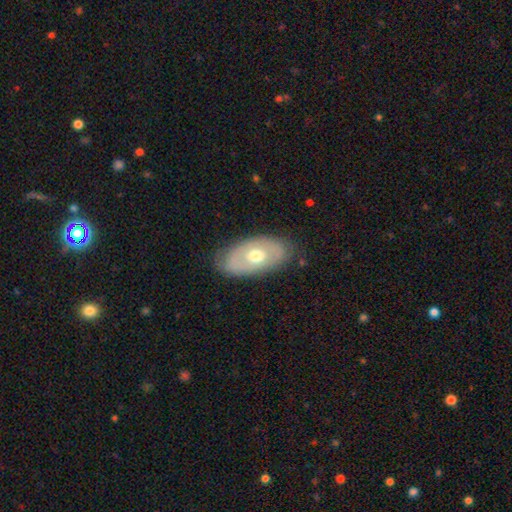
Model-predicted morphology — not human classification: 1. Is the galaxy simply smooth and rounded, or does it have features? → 49% featured or disk, 46% smooth, 6% star or artifact.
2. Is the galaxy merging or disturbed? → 77% none, 17% minor disturbance, 5% major disturbance, 1% merger.